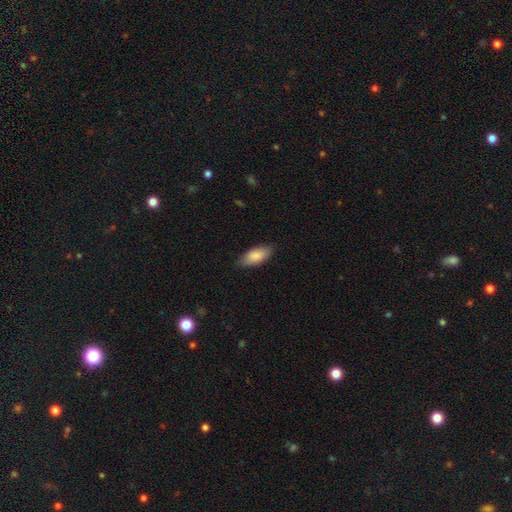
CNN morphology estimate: A smooth galaxy with no disk features (86%) that is in between round and cigar-shaped (88%).

Vote fractions:
- Smooth or featured? smooth: 86% / featured or disk: 8% / star or artifact: 6%
- How rounded? in between: 88% / cigar-shaped: 10% / round: 2%
- Merging? none: 84% / minor disturbance: 13% / major disturbance: 2% / merger: 1%